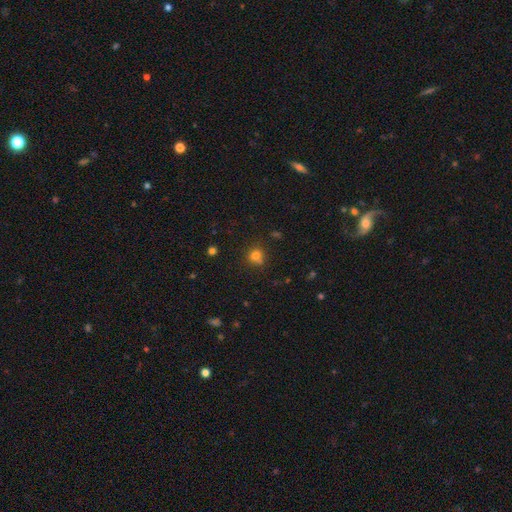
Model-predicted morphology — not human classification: type=smooth (78%); roundness=round (86%); merging=none (73%).